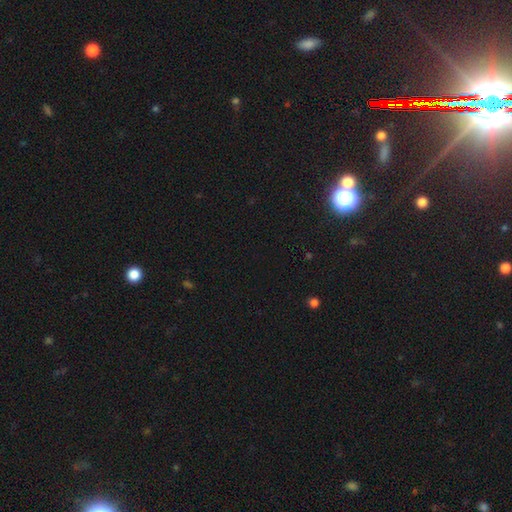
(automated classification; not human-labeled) Smooth or featured? star or artifact (70%)